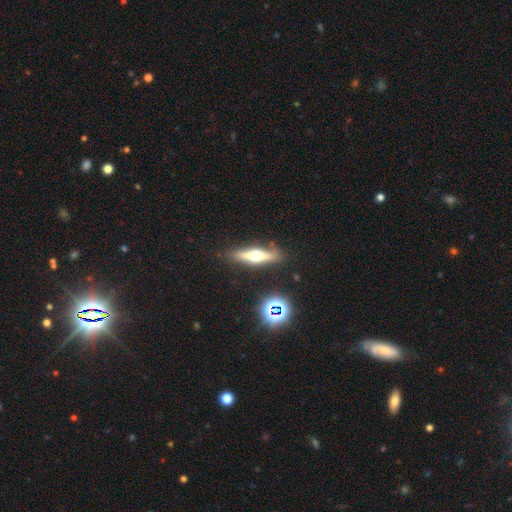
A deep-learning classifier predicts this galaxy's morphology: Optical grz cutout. It shows a featured or disk galaxy (62%) viewed edge-on (94%) with a rounded central bulge (94%). Merging: none (86%).